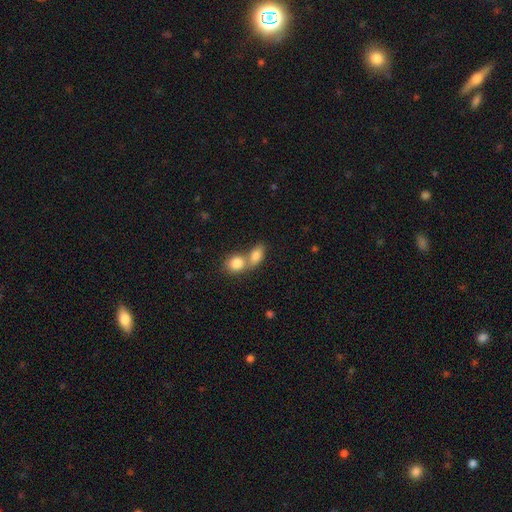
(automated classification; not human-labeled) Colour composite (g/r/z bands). It shows a smooth galaxy with no disk features (82%) that is in between round and cigar-shaped (73%). Merging: merger (66%).